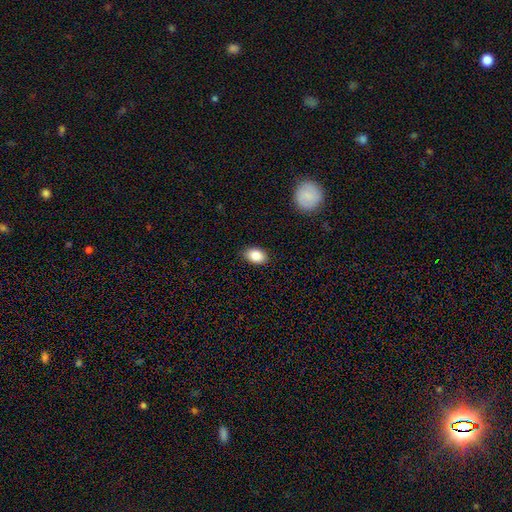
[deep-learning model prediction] Smooth or featured?
  - smooth: 87% *
  - star or artifact: 8%
  - featured or disk: 5%
How rounded?
  - in between: 85% *
  - round: 13%
  - cigar-shaped: 1%
Merging?
  - none: 87% *
  - minor disturbance: 10%
  - major disturbance: 2%
  - merger: 1%